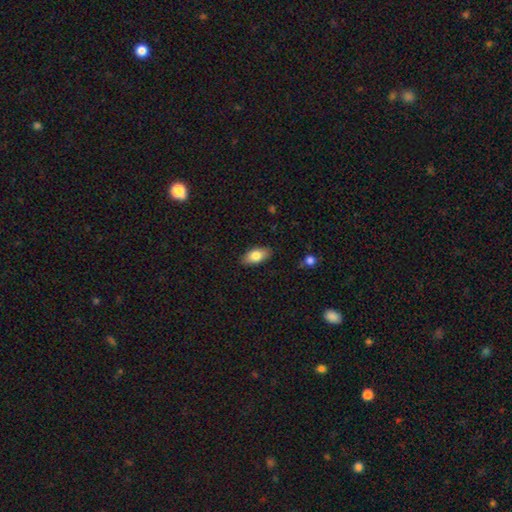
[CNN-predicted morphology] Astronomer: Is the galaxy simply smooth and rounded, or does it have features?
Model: smooth — 79%.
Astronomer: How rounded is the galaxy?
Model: in between — 90%.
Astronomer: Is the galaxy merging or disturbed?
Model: none — 87%.